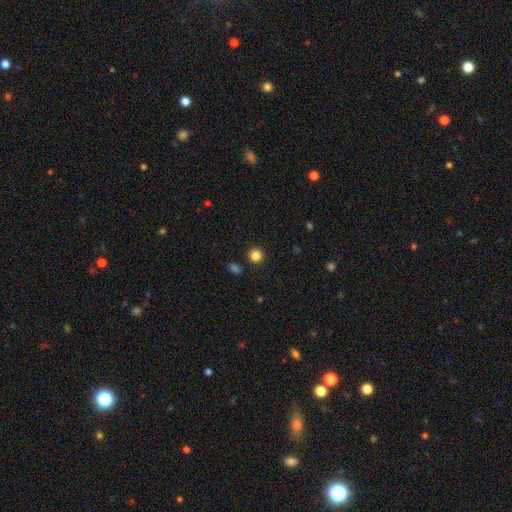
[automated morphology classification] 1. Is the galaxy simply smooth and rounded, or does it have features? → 84% smooth, 12% star or artifact, 4% featured or disk.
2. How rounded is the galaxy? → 94% round, 5% in between, 1% cigar-shaped.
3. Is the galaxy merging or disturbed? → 90% none, 5% minor disturbance, 3% merger, 2% major disturbance.